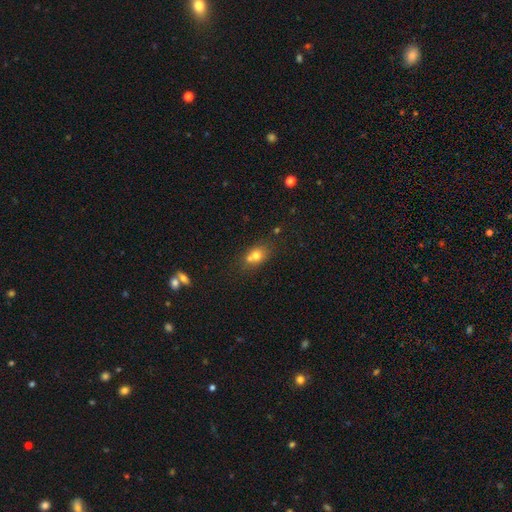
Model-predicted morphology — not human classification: smooth-or-featured: smooth: 71% | featured or disk: 17% | star or artifact: 12%
  how-rounded: in between: 54% | round: 44% | cigar-shaped: 2%
  merging: none: 45% | merger: 38% | minor disturbance: 12% | major disturbance: 4%